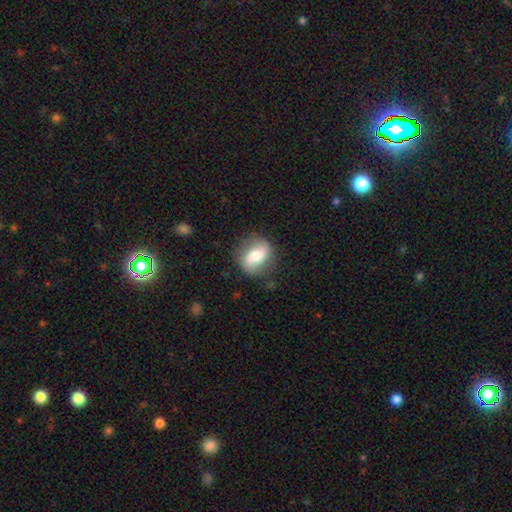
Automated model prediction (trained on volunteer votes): Q: Smooth or featured?
A: smooth (55%); runner-up: featured or disk (38%)
Q: How rounded?
A: round (51%); runner-up: in between (47%)
Q: Merging?
A: none (78%); runner-up: minor disturbance (15%)